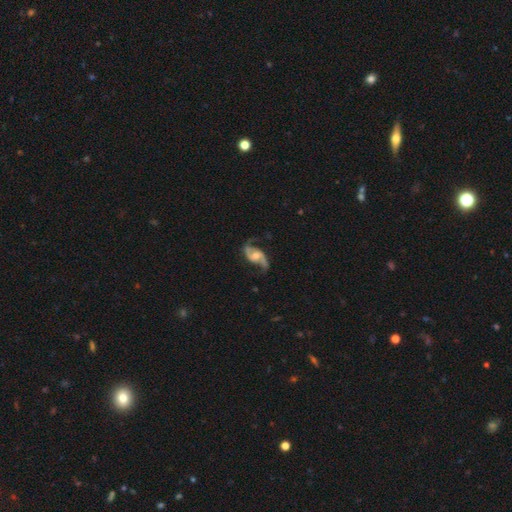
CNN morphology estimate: Overall: featured or disk (89%). Edge-on disk: no (97%). Bar: no (47%; weak 38%). Spiral arms: yes (96%). Spiral arm count: 2 (93%). Spiral winding: loose (59%; medium 33%). Bulge size: moderate (62%; small 27%). Merging: none (74%).